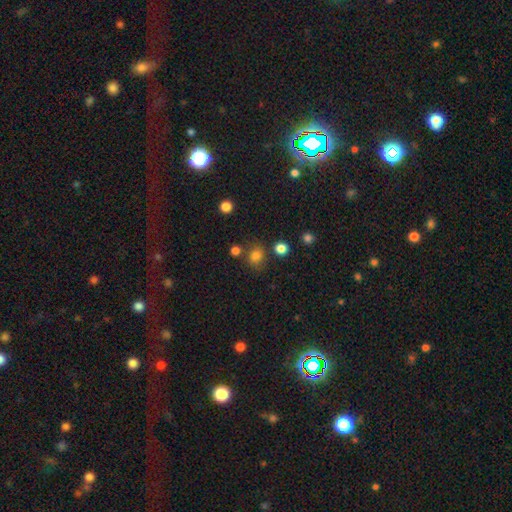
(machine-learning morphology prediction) Smooth or featured?
  - smooth: 79% *
  - star or artifact: 15%
  - featured or disk: 6%
How rounded?
  - round: 73% *
  - in between: 26%
  - cigar-shaped: 1%
Merging?
  - none: 72% *
  - minor disturbance: 13%
  - merger: 10%
  - major disturbance: 5%